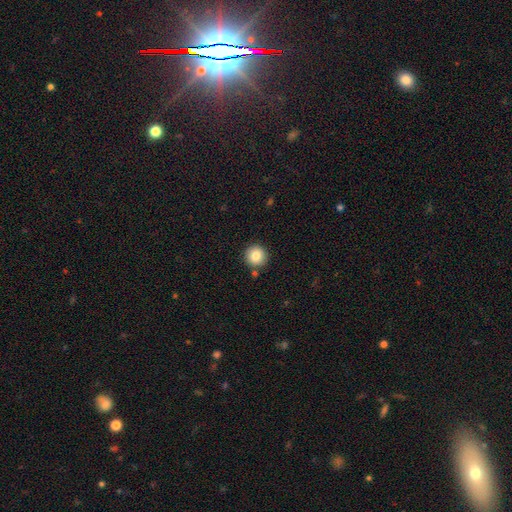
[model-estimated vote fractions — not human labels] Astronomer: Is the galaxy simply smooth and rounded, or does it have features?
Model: smooth — 84%.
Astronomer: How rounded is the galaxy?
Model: round — 96%.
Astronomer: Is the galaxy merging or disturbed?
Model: none — 88%.